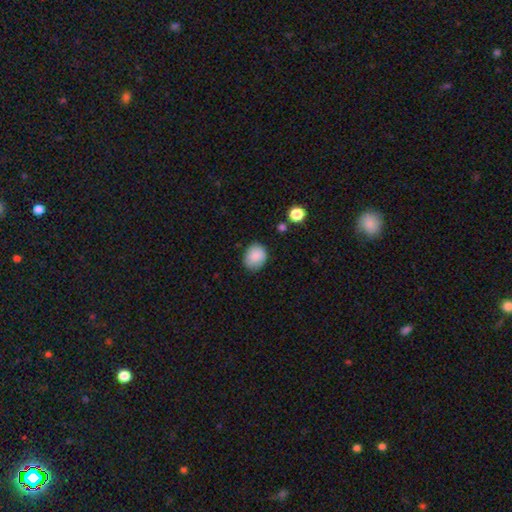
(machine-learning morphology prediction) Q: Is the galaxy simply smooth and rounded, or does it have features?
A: smooth — 87%.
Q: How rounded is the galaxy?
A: round — 59%.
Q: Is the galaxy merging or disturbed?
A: none — 79%.